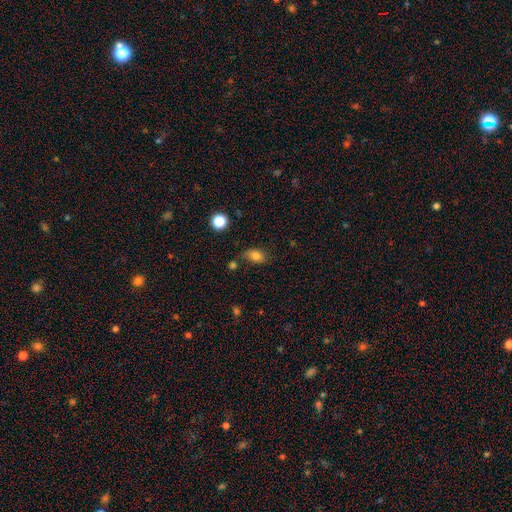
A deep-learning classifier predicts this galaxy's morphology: smooth-or-featured: smooth: 79% | star or artifact: 11% | featured or disk: 10%
  how-rounded: in between: 84% | round: 13% | cigar-shaped: 3%
  merging: none: 67% | minor disturbance: 22% | major disturbance: 6% | merger: 5%